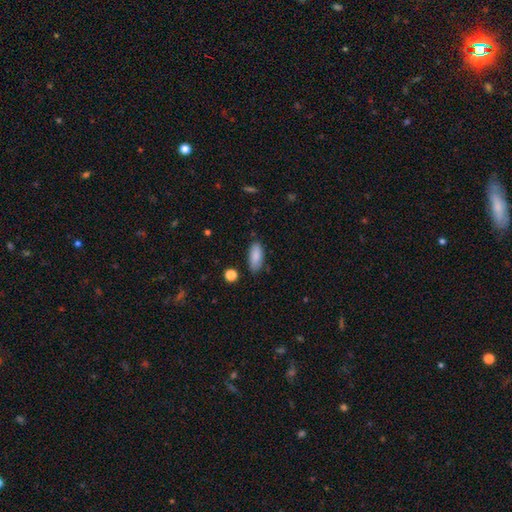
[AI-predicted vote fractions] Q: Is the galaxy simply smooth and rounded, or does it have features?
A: smooth — 87%.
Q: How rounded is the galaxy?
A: in between — 83%.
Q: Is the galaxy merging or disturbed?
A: none — 81%.